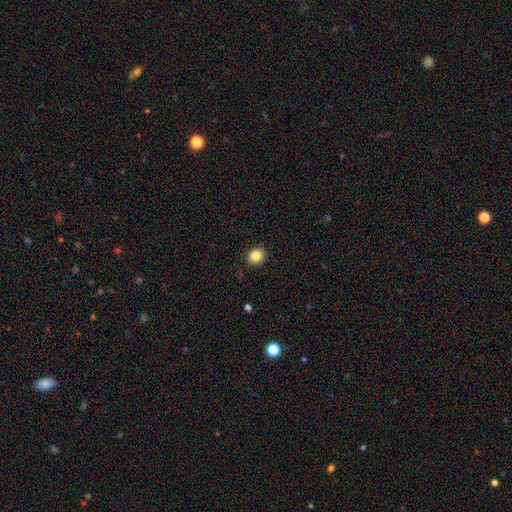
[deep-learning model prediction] A smooth galaxy with no disk features (85%) that is round (80%).

Vote fractions:
- Smooth or featured? smooth: 85% / star or artifact: 10% / featured or disk: 5%
- How rounded? round: 80% / in between: 20% / cigar-shaped: 1%
- Merging? none: 90% / minor disturbance: 7% / major disturbance: 2% / merger: 1%